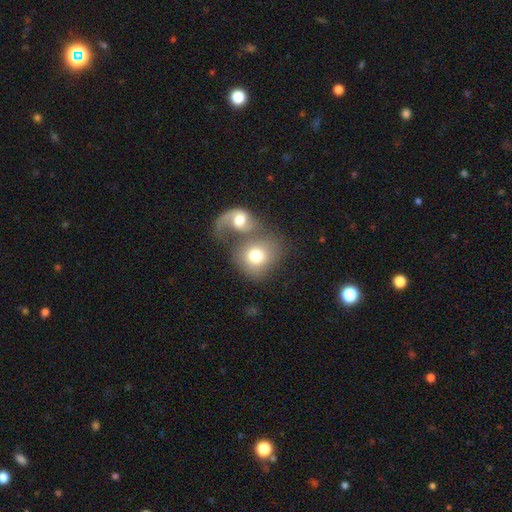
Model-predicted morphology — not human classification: A smooth galaxy with no disk features (64%) that is round (70%).

Vote fractions:
- Smooth or featured? smooth: 64% / featured or disk: 29% / star or artifact: 7%
- How rounded? round: 70% / in between: 29% / cigar-shaped: 1%
- Merging? merger: 68% / none: 17% / major disturbance: 9% / minor disturbance: 6%